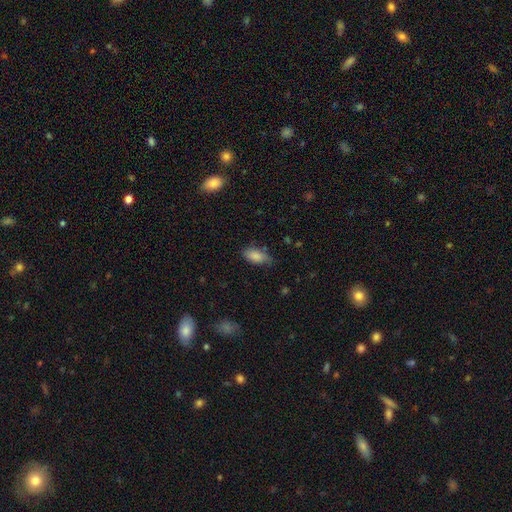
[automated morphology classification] smooth 85%, featured or disk 8%, star or artifact 7%. Down the decision tree: how rounded — in between (91%); merging — none (64%).